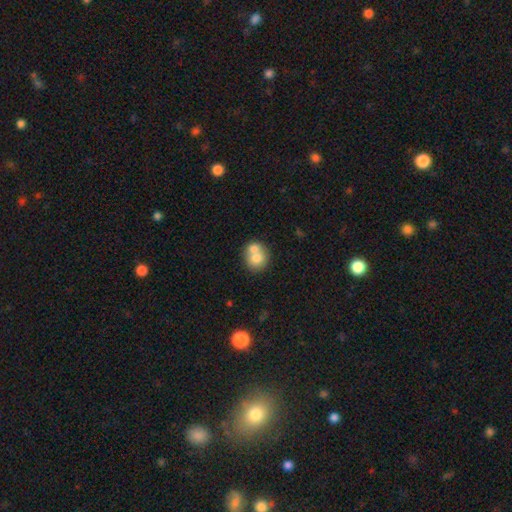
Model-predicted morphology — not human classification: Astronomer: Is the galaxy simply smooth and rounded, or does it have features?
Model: smooth — 70%.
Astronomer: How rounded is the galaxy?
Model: round — 77%.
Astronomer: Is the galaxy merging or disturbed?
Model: merger — 57% (runner-up: none, 33%).